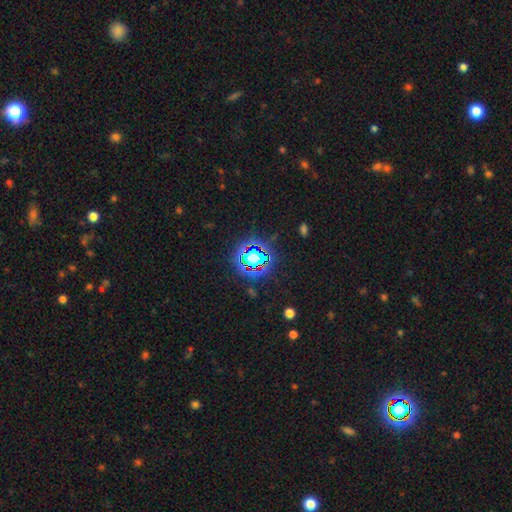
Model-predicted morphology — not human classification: smooth_or_featured: star or artifact (p=0.70) [alt: smooth p=0.19]